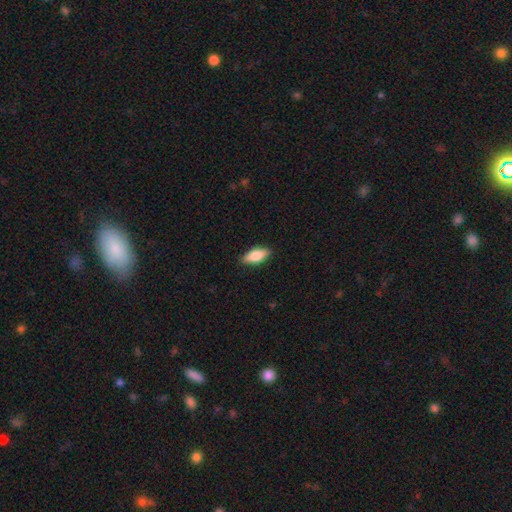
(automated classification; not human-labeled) A smooth galaxy with no disk features (78%) that is in between round and cigar-shaped (79%).

Vote fractions:
- Smooth or featured? smooth: 78% / featured or disk: 16% / star or artifact: 6%
- How rounded? in between: 79% / cigar-shaped: 18% / round: 3%
- Merging? none: 87% / minor disturbance: 10% / major disturbance: 2% / merger: 1%